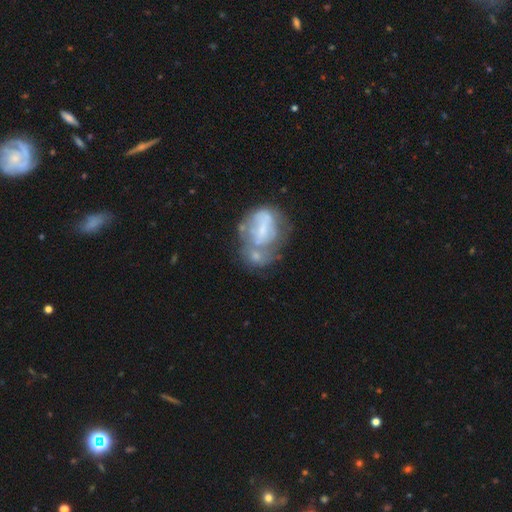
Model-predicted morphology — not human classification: type=featured or disk (55%); edge-on=no (97%); bar=no (59%); spiral arms=no (74%); bulge=small (37%); merging=merger (39%).